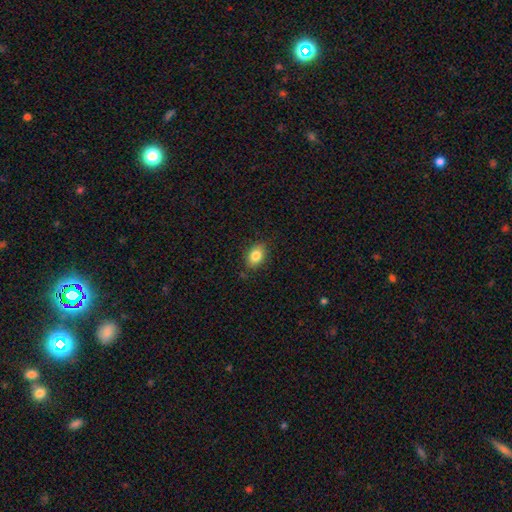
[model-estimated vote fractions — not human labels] Smooth or featured?
  - smooth: 84% *
  - star or artifact: 9%
  - featured or disk: 8%
How rounded?
  - in between: 80% *
  - round: 18%
  - cigar-shaped: 2%
Merging?
  - none: 83% *
  - minor disturbance: 13%
  - major disturbance: 3%
  - merger: 1%